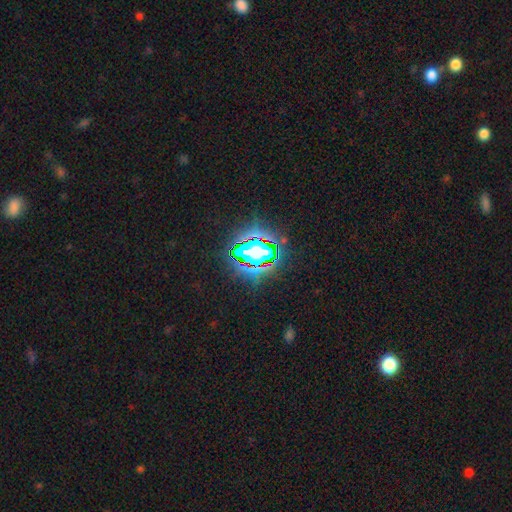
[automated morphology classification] Smooth or featured? star or artifact (76%)